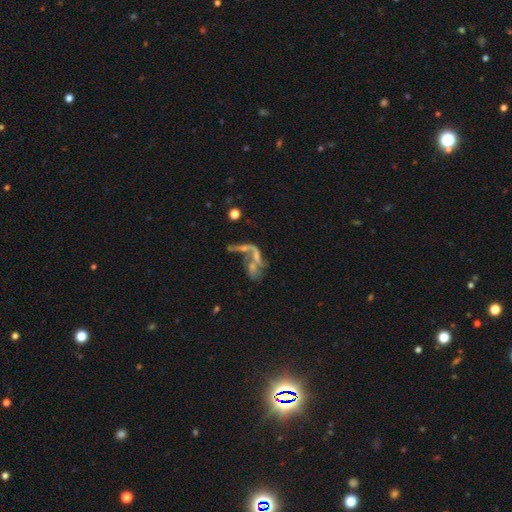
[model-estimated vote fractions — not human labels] Morphology: type=featured or disk (57%); edge-on=no (91%); bar=no (73%); spiral arms=no (63%); bulge=none (50%); merging=merger (50%).